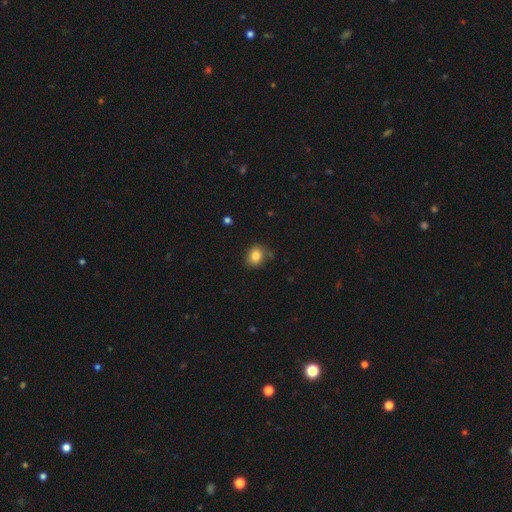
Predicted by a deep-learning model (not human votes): The model was most divided on "how rounded": round: 71%, in between: 28%, cigar-shaped: 1%. More confident: smooth or featured — smooth (83%); merging — none (78%).